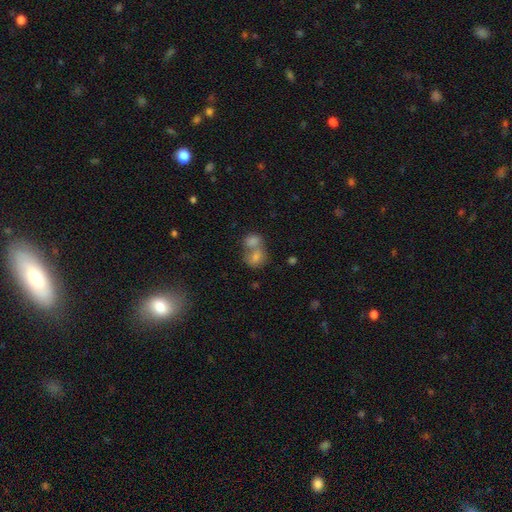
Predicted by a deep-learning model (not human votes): This is possibly a smooth galaxy (59%). How rounded: possibly round (52%). Merging: possibly merger (55%).